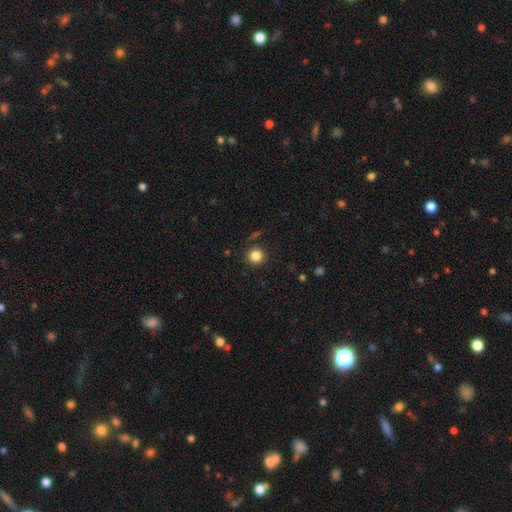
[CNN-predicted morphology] A smooth galaxy with no disk features (84%) that is round (91%).

Vote fractions:
- Smooth or featured? smooth: 84% / star or artifact: 12% / featured or disk: 5%
- How rounded? round: 91% / in between: 8% / cigar-shaped: 1%
- Merging? none: 86% / minor disturbance: 9% / major disturbance: 3% / merger: 2%